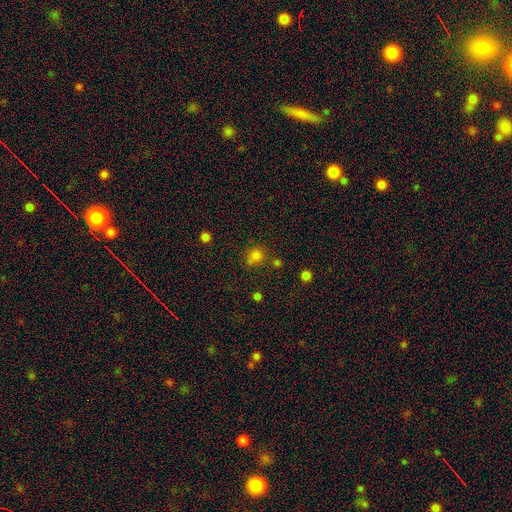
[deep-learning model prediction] Morphology: type=smooth (77%); roundness=round (80%); merging=none (67%).